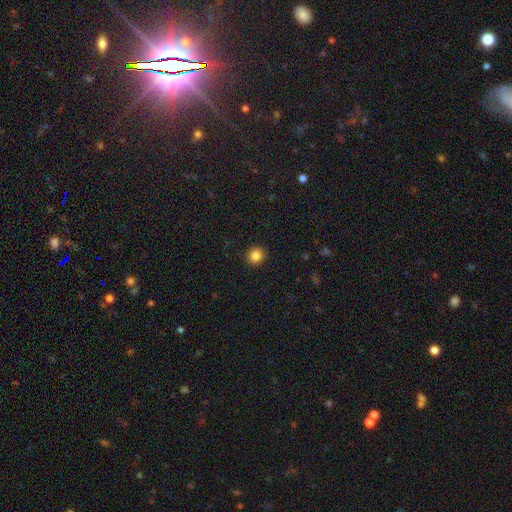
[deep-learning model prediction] smooth-or-featured: smooth: 85% | star or artifact: 11% | featured or disk: 4%
  how-rounded: round: 91% | in between: 8% | cigar-shaped: 1%
  merging: none: 92% | minor disturbance: 5% | major disturbance: 2% | merger: 1%